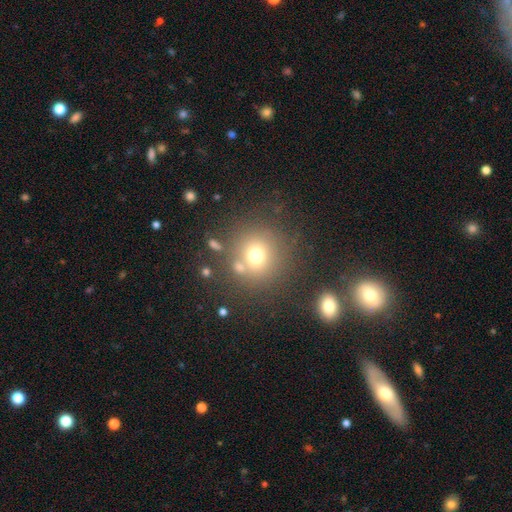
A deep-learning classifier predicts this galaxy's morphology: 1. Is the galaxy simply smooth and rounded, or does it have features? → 69% smooth, 17% star or artifact, 13% featured or disk.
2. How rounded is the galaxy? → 90% round, 9% in between, 1% cigar-shaped.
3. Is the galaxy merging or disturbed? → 71% none, 12% merger, 10% minor disturbance, 6% major disturbance.